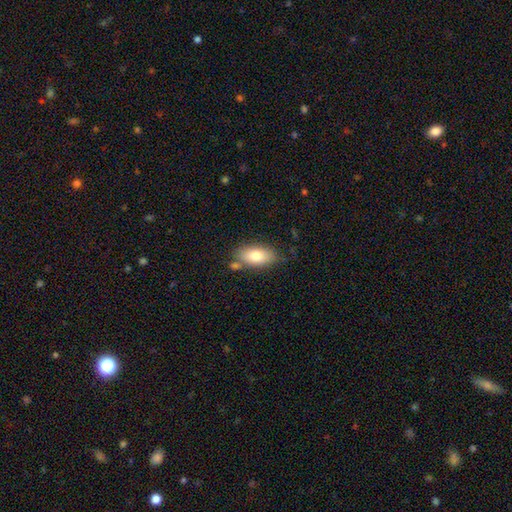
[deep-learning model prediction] Overall: smooth (78%). How rounded: in between (91%). Merging: none (71%).